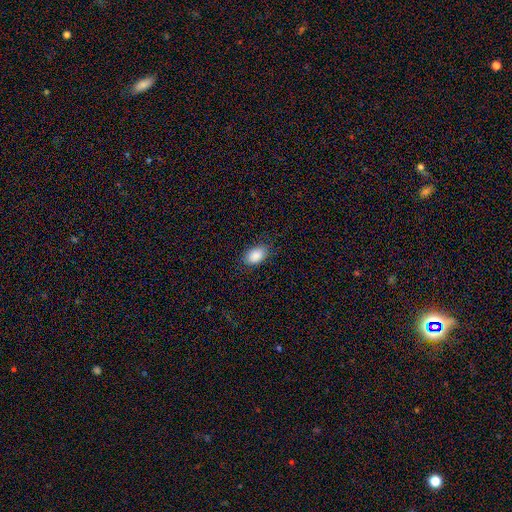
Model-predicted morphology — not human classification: This appears to be a smooth galaxy with no disk features (89%) that is in between round and cigar-shaped (89%). Merging: none (84%).